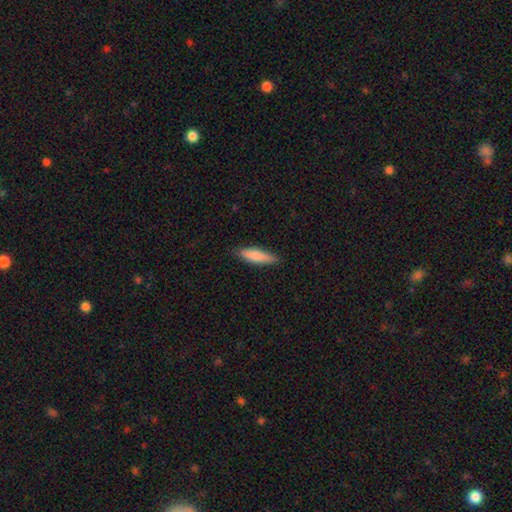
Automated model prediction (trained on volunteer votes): This appears to be a smooth galaxy with no disk features (79%) that is cigar-shaped (66%). Merging: none (85%).